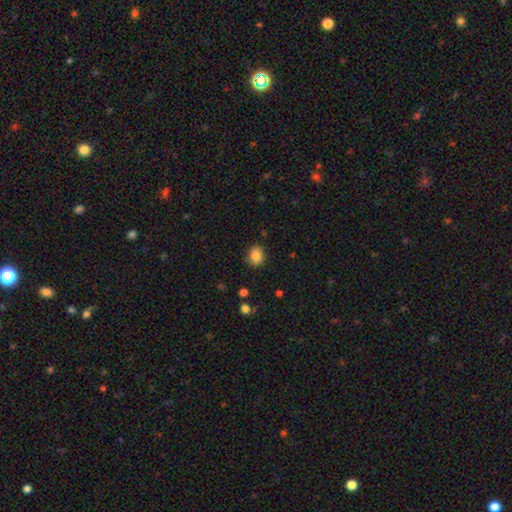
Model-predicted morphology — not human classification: type=smooth (85%); roundness=round (62%); merging=none (82%).